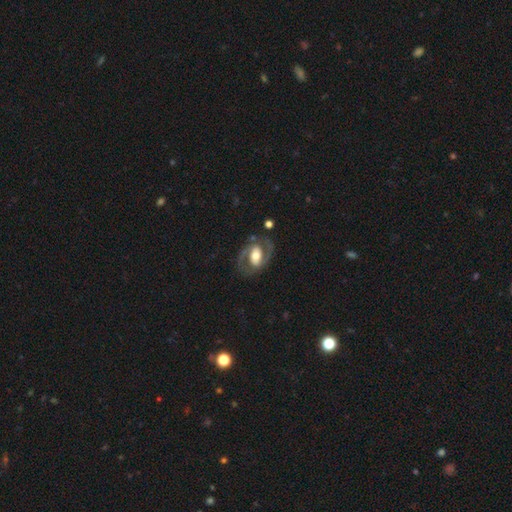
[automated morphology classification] Smooth or featured? Predicted: featured or disk (p=0.80). Edge-on disk? Predicted: no (p=0.96). Bar? Predicted: weak (p=0.36). Spiral arms? Predicted: yes (p=0.88). Spiral winding? Predicted: medium (p=0.56). Spiral arm count? Predicted: 2 (p=0.89). Bulge size? Predicted: moderate (p=0.59). Merging? Predicted: none (p=0.74).